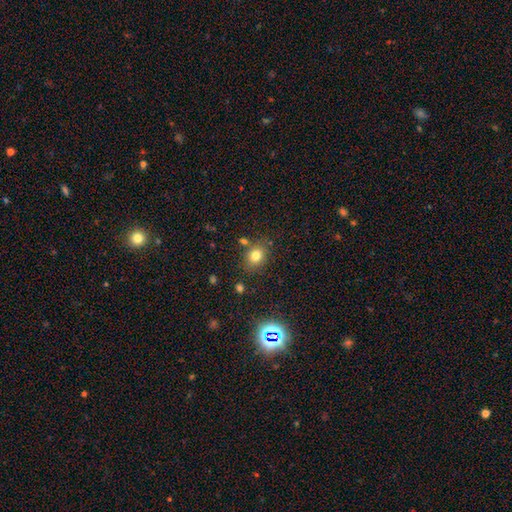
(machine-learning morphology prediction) This appears to be a smooth galaxy with no disk features (77%) that is round (50%). Merging: none (76%).